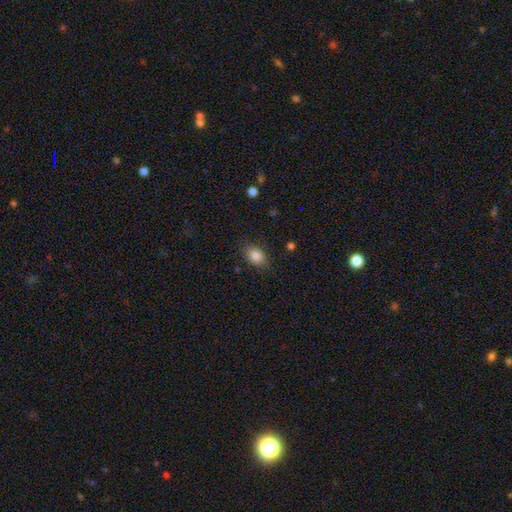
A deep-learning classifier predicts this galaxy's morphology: Q: Smooth or featured?
A: smooth (85%); runner-up: star or artifact (9%)
Q: How rounded?
A: in between (80%); runner-up: round (19%)
Q: Merging?
A: none (82%); runner-up: minor disturbance (14%)